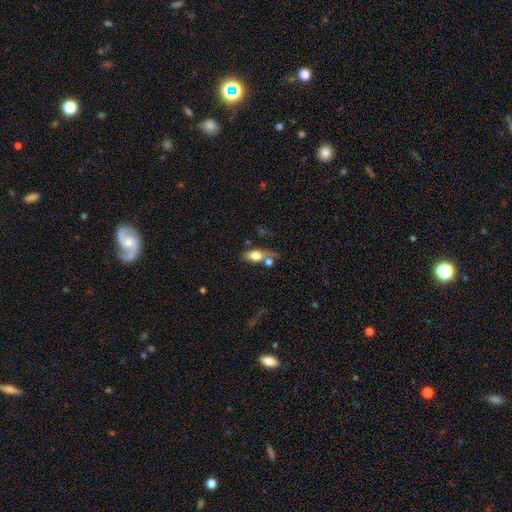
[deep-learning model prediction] smooth_or_featured: smooth (p=0.70) [alt: featured or disk p=0.22]
how_rounded: in between (p=0.80) [alt: cigar-shaped p=0.11]
merging: none (p=0.44) [alt: merger p=0.28]